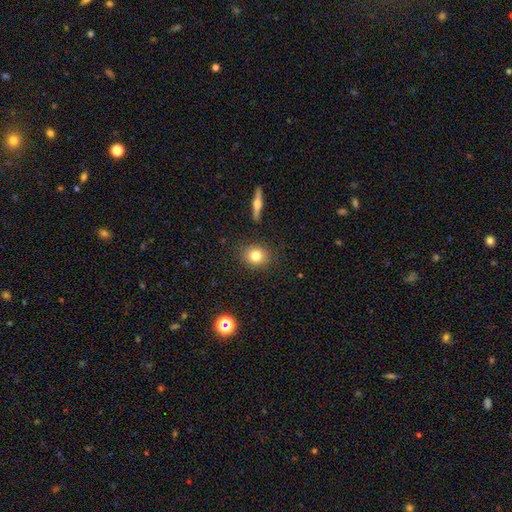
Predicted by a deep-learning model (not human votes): Morphology: type=smooth (78%); roundness=round (77%); merging=none (88%).